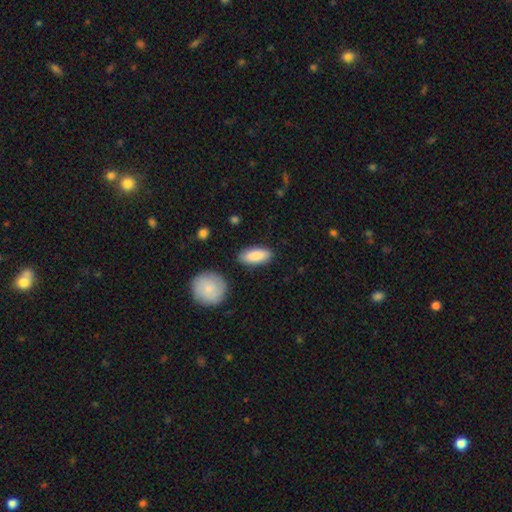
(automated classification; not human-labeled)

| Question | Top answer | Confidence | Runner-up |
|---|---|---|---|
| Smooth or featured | smooth | 87% | featured or disk (8%) |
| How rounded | in between | 83% | cigar-shaped (15%) |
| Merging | none | 85% | minor disturbance (10%) |